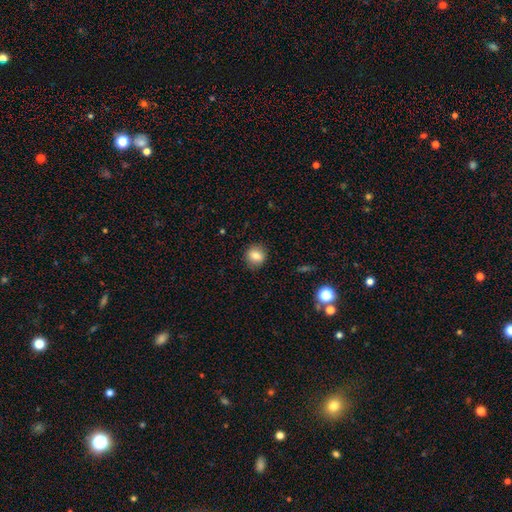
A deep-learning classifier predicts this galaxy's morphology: Overall: smooth (81%). How rounded: round (83%). Merging: none (89%).